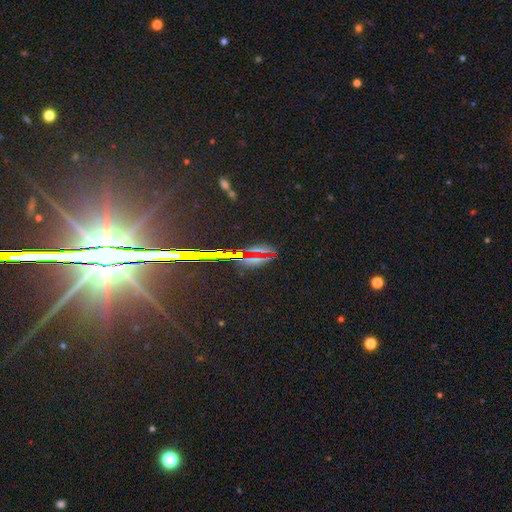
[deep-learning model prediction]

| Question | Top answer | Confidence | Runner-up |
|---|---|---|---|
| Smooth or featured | star or artifact | 61% | smooth (24%) |